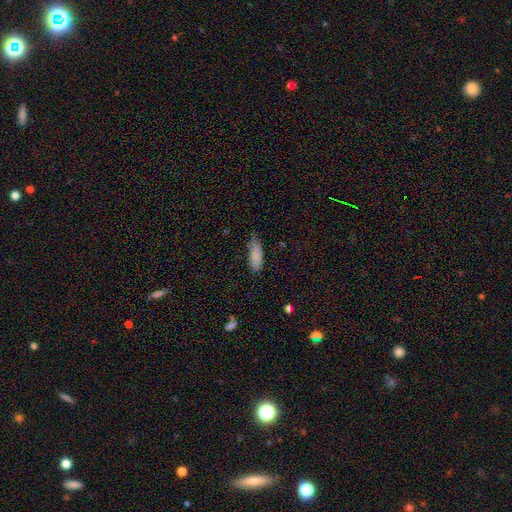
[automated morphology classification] The model was most divided on "merging": none: 67%, minor disturbance: 27%, major disturbance: 5%, merger: 2%. More confident: smooth or featured — smooth (86%); how rounded — in between (70%).